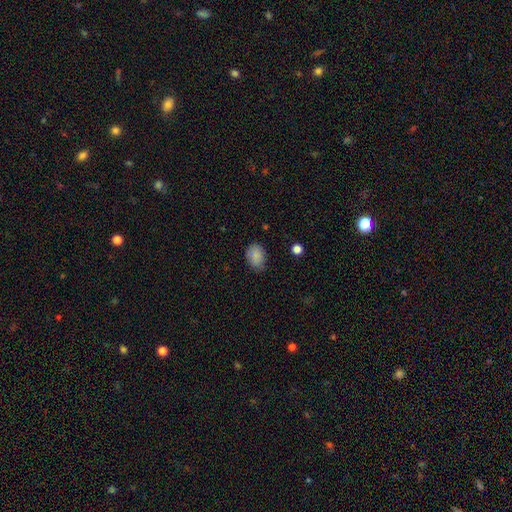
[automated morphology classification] Smooth or featured?
  - smooth: 85% *
  - star or artifact: 9%
  - featured or disk: 7%
How rounded?
  - in between: 70% *
  - round: 28%
  - cigar-shaped: 1%
Merging?
  - none: 72% *
  - minor disturbance: 22%
  - major disturbance: 4%
  - merger: 2%